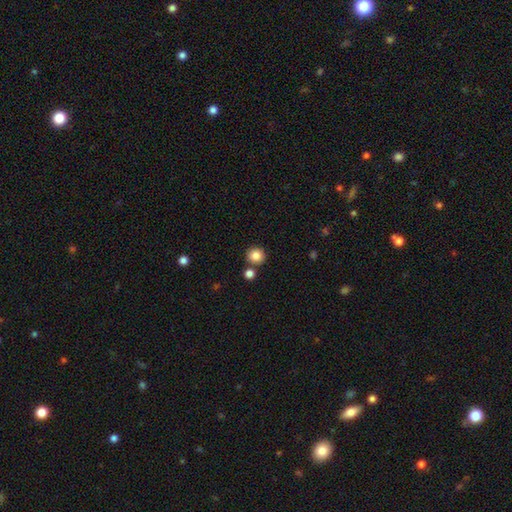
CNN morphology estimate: A smooth galaxy with no disk features (85%) that is round (92%).

Vote fractions:
- Smooth or featured? smooth: 85% / star or artifact: 10% / featured or disk: 5%
- How rounded? round: 92% / in between: 7% / cigar-shaped: 1%
- Merging? none: 82% / merger: 9% / minor disturbance: 7% / major disturbance: 2%